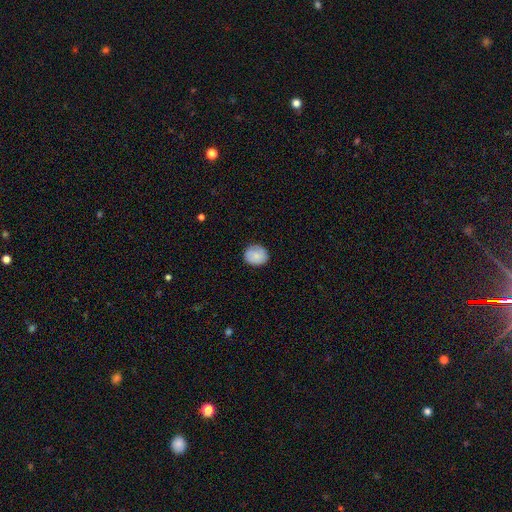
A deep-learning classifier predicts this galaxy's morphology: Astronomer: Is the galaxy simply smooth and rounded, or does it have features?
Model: smooth — 82%.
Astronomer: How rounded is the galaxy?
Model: round — 77%.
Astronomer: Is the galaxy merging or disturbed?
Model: none — 84%.